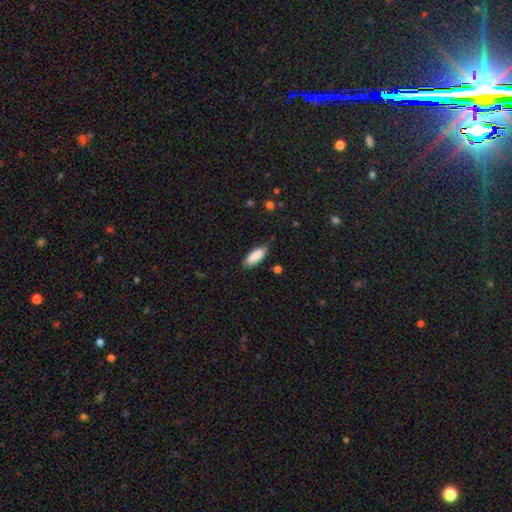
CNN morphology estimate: Smooth or featured: smooth — 88% (featured or disk — 6%)
How rounded: in between — 69% (cigar-shaped — 30%)
Merging: none — 79% (minor disturbance — 17%)